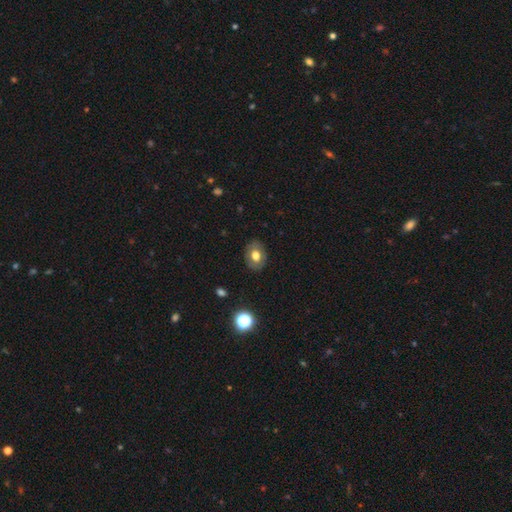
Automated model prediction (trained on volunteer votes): The model was most divided on "how rounded": in between: 65%, round: 34%, cigar-shaped: 1%. More confident: merging — none (85%); smooth or featured — smooth (67%).